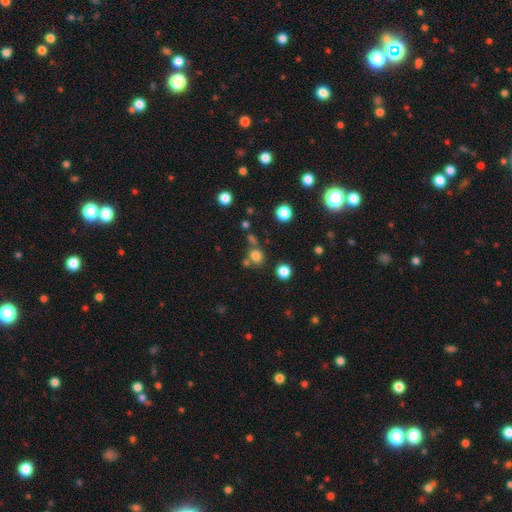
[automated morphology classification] Smooth or featured? smooth (76%)
How rounded? round (84%)
Merging? none (66%)